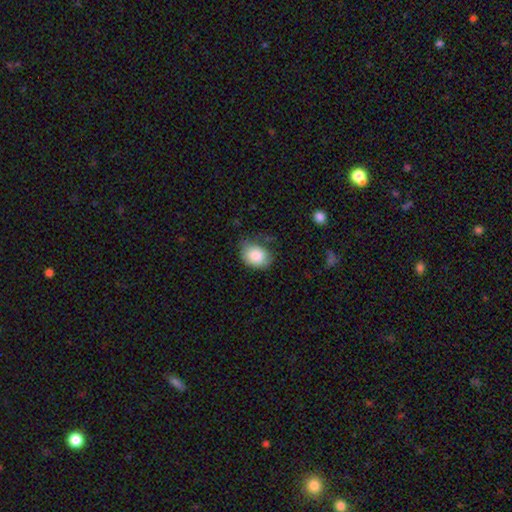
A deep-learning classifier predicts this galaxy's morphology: Overall: smooth (86%). How rounded: in between (64%; round 35%). Merging: none (57%; minor disturbance 32%).